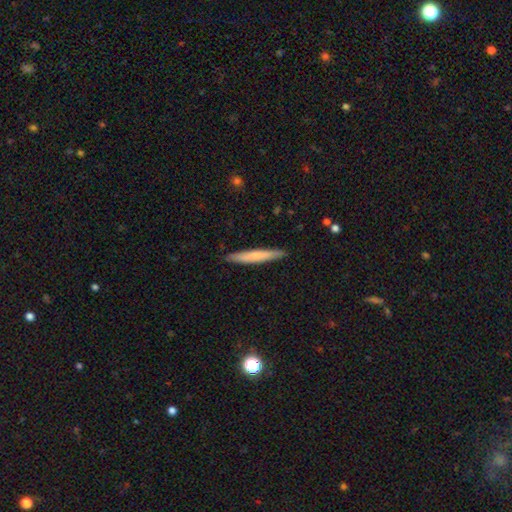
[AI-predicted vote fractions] A smooth galaxy with no disk features (66%) that is cigar-shaped (95%).

Vote fractions:
- Smooth or featured? smooth: 66% / featured or disk: 29% / star or artifact: 5%
- How rounded? cigar-shaped: 95% / in between: 4% / round: 1%
- Merging? none: 90% / minor disturbance: 7% / major disturbance: 1% / merger: 1%